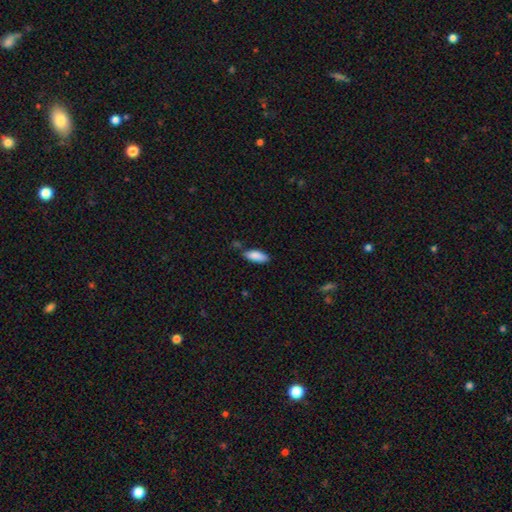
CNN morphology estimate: This appears to be a smooth galaxy with no disk features (87%) that is in between round and cigar-shaped (77%). Merging: none (71%).